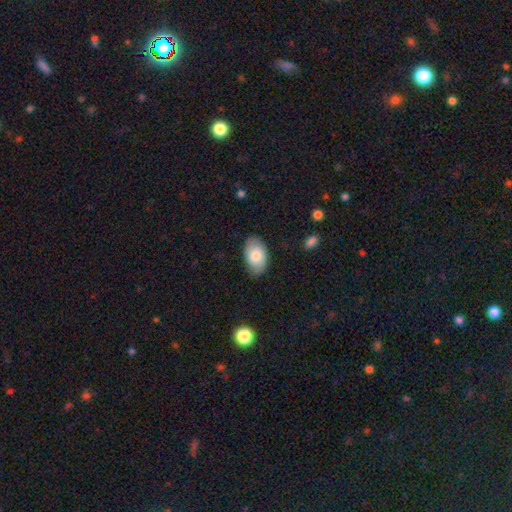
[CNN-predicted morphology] This appears to be a smooth galaxy with no disk features (77%) that is in between round and cigar-shaped (93%). Merging: none (81%).